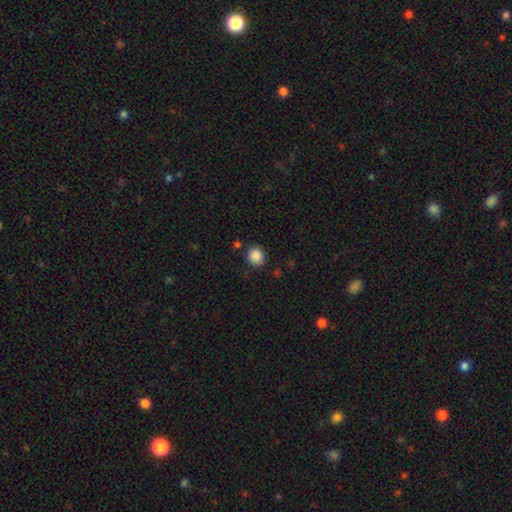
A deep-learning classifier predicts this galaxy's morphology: The model was most divided on "how rounded": round: 82%, in between: 17%, cigar-shaped: 1%. More confident: smooth or featured — smooth (88%); merging — none (86%).